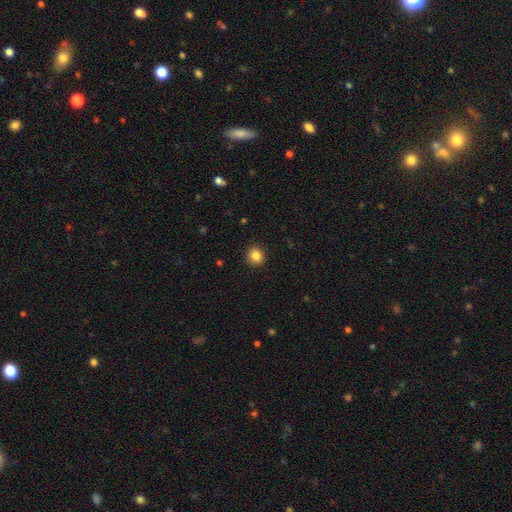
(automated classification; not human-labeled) A smooth galaxy with no disk features (85%) that is round (86%). Merging: none (92%).